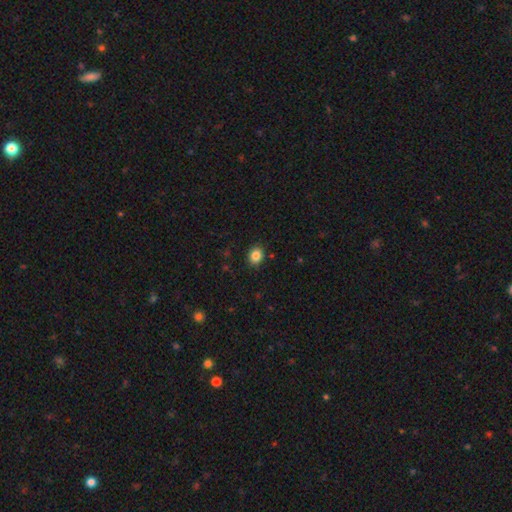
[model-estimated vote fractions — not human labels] Q: Smooth or featured?
A: smooth (85%); runner-up: star or artifact (10%)
Q: How rounded?
A: round (54%); runner-up: in between (46%)
Q: Merging?
A: none (88%); runner-up: minor disturbance (9%)